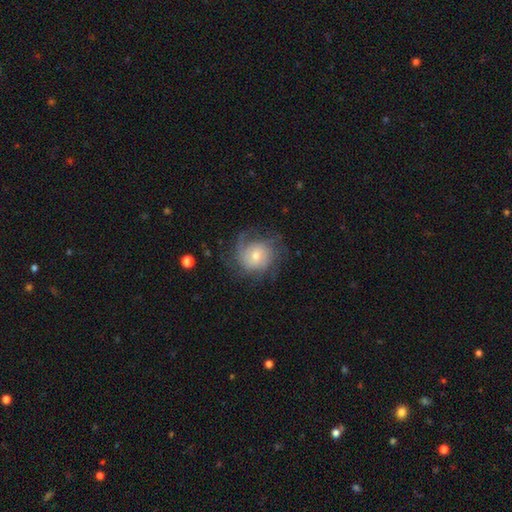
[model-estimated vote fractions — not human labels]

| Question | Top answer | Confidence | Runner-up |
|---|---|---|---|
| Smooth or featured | featured or disk | 70% | smooth (22%) |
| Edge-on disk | no | 97% | yes (3%) |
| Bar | no | 71% | weak (25%) |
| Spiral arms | yes | 89% | no (11%) |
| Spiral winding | tight | 48% | medium (34%) |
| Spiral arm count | can't tell | 41% | 2 (19%) |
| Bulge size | moderate | 48% | small (45%) |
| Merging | none | 64% | minor disturbance (20%) |